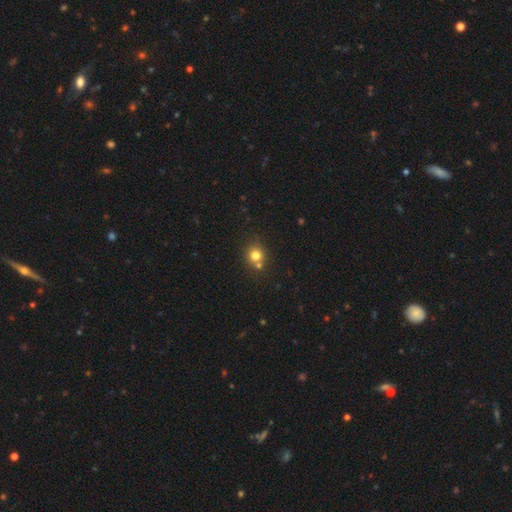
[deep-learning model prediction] smooth-or-featured: smooth: 77% | star or artifact: 14% | featured or disk: 9%
  how-rounded: round: 88% | in between: 11% | cigar-shaped: 1%
  merging: none: 64% | merger: 24% | minor disturbance: 9% | major disturbance: 3%